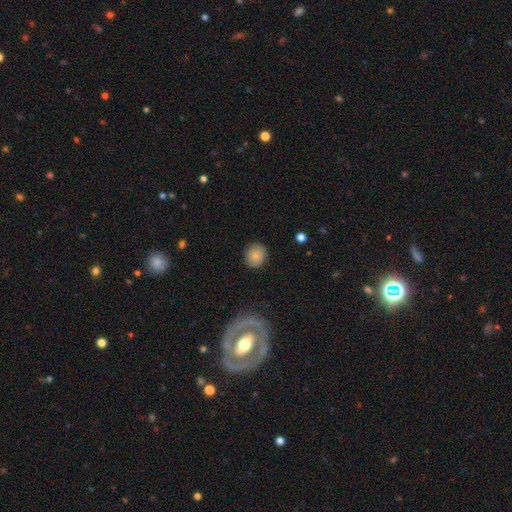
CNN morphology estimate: Smooth or featured? smooth (85%)
How rounded? round (82%)
Merging? none (86%)